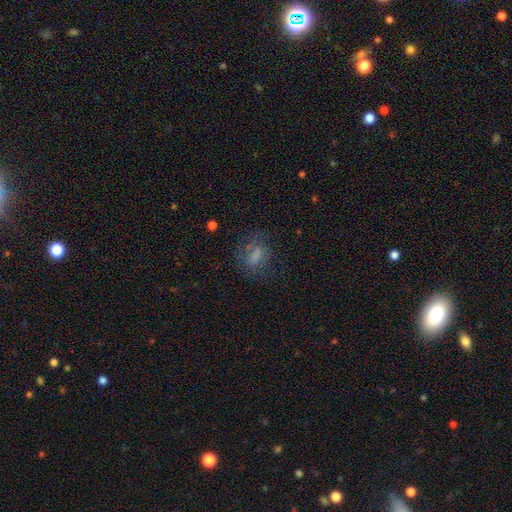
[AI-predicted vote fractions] Q: Smooth or featured?
A: smooth (57%); runner-up: featured or disk (25%)
Q: How rounded?
A: in between (63%); runner-up: round (28%)
Q: Merging?
A: none (65%); runner-up: minor disturbance (18%)